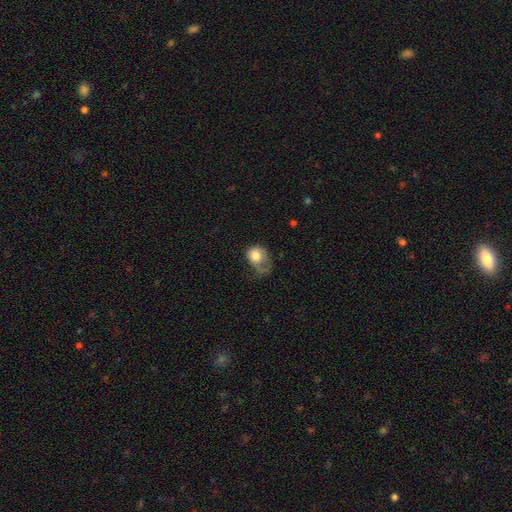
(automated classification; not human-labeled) This is likely a smooth galaxy (73%). How rounded: possibly round (55%). Merging: possibly major disturbance (49%).